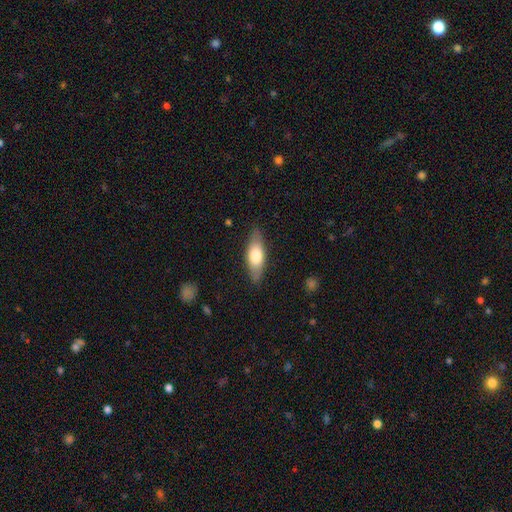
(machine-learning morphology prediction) Smooth or featured?
  - smooth: 65% *
  - featured or disk: 30%
  - star or artifact: 5%
How rounded?
  - in between: 65% *
  - cigar-shaped: 32%
  - round: 2%
Merging?
  - none: 84% *
  - minor disturbance: 12%
  - major disturbance: 3%
  - merger: 1%